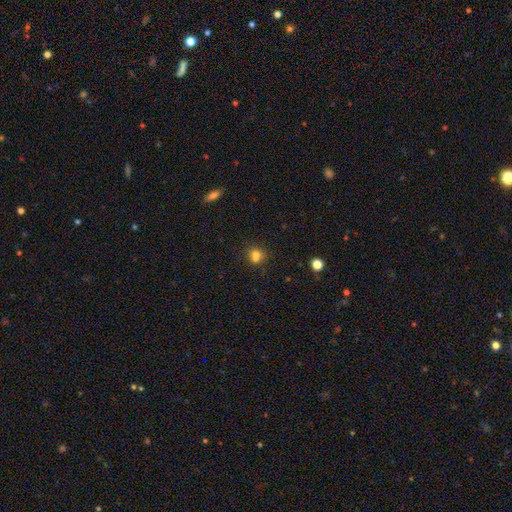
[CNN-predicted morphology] Smooth or featured?
  - smooth: 72% *
  - star or artifact: 16%
  - featured or disk: 11%
How rounded?
  - round: 72% *
  - in between: 27%
  - cigar-shaped: 1%
Merging?
  - none: 53% *
  - merger: 31%
  - minor disturbance: 12%
  - major disturbance: 4%